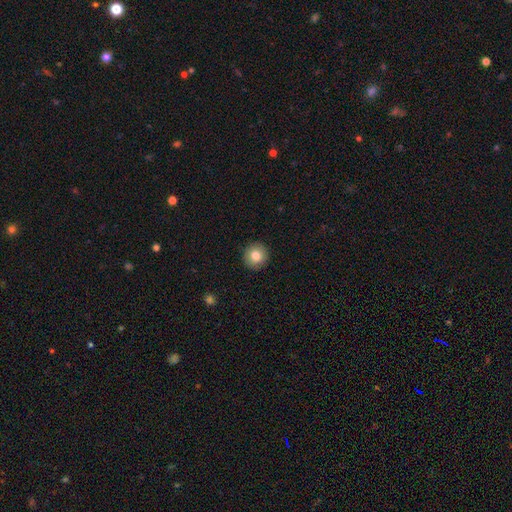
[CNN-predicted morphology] Smooth or featured?
  - smooth: 81% *
  - featured or disk: 10%
  - star or artifact: 9%
How rounded?
  - round: 94% *
  - in between: 5%
  - cigar-shaped: 1%
Merging?
  - none: 92% *
  - minor disturbance: 5%
  - major disturbance: 2%
  - merger: 1%